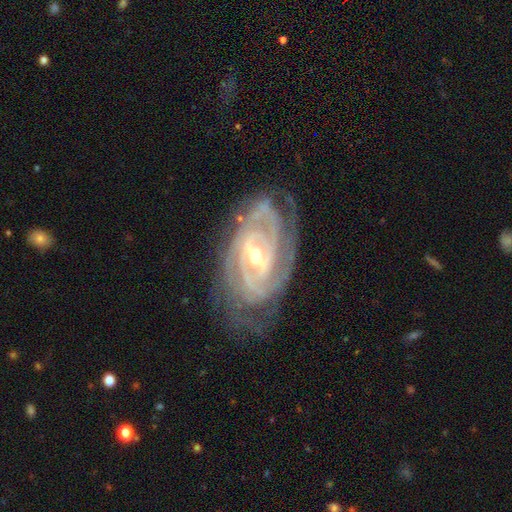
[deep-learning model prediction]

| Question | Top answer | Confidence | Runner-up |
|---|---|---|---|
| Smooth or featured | featured or disk | 91% | star or artifact (5%) |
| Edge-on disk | no | 96% | yes (4%) |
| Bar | weak | 43% | strong (37%) |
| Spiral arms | yes | 98% | no (2%) |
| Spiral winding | tight | 78% | medium (19%) |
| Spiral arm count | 2 | 25% | 3 (23%) |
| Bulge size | moderate | 48% | tied: small (48%) |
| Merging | none | 75% | minor disturbance (18%) |